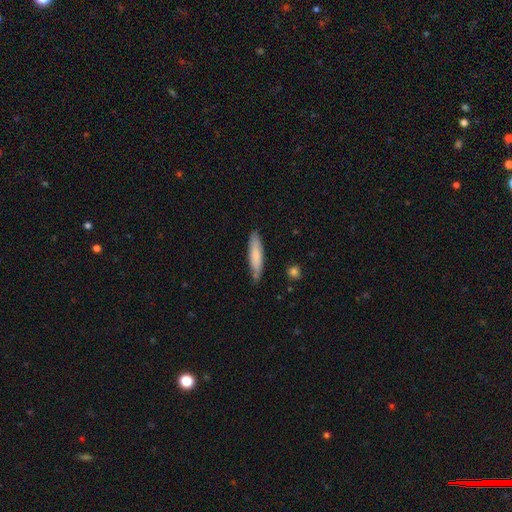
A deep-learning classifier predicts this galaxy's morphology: Overall: smooth (76%). How rounded: cigar-shaped (79%). Merging: none (78%).